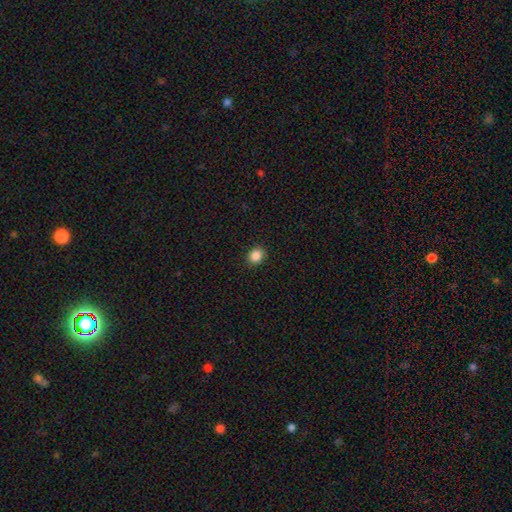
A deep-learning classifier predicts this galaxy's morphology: This appears to be a smooth galaxy with no disk features (87%) that is round (71%). Merging: none (91%).